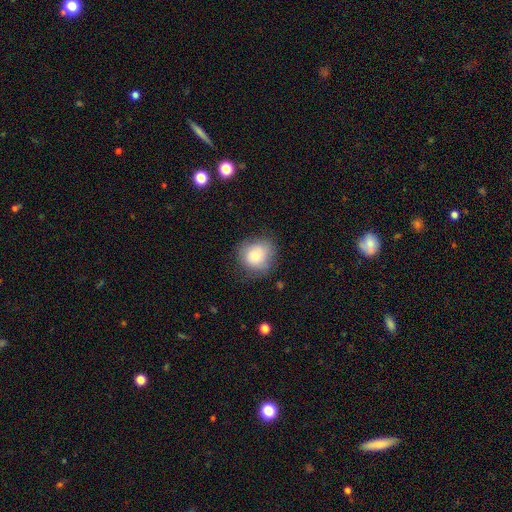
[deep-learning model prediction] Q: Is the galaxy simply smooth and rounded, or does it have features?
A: smooth — 78%.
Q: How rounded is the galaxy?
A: round — 81%.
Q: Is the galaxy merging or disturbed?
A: none — 72%.